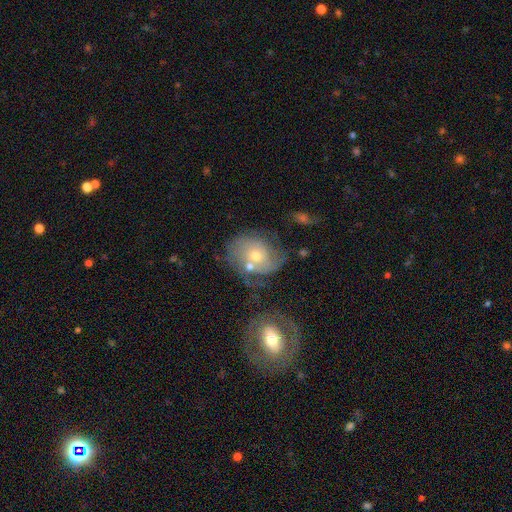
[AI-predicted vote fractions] This is likely a featured or disk galaxy (63%). It is clearly not viewed edge-on (97%). Bar: likely no (77%). Spiral arm pattern: likely yes (79%). Central bulge: possibly moderate (54%). Merging: marginally none (42%).